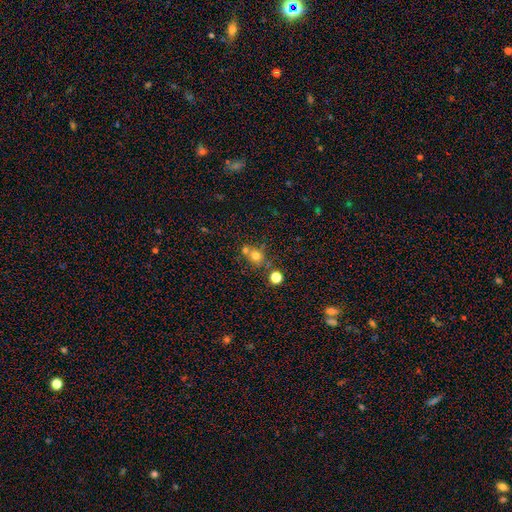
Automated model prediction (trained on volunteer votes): Morphology: type=smooth (72%); roundness=round (82%); merging=none (57%).